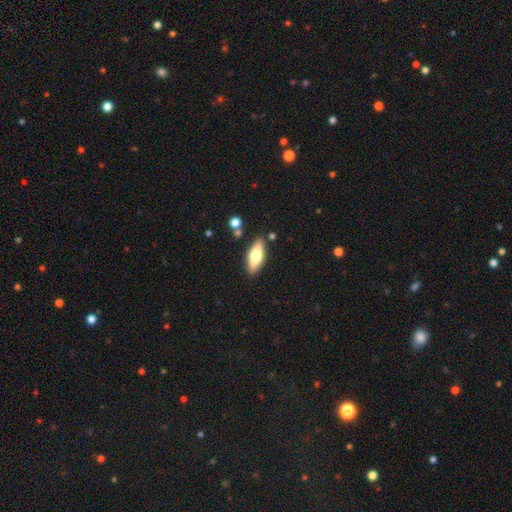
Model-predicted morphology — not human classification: smooth 63%, featured or disk 31%, star or artifact 6%. Down the decision tree: how rounded — in between (68%); merging — none (86%).